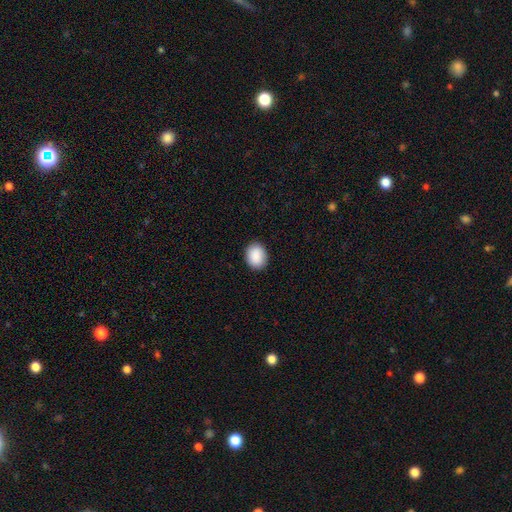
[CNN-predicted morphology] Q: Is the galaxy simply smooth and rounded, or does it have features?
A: smooth — 90%.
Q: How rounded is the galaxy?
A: in between — 60%.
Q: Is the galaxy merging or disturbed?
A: none — 89%.